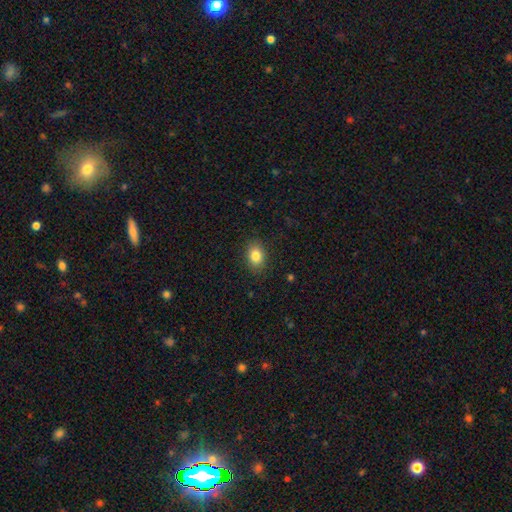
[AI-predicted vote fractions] smooth-or-featured: smooth: 84% | star or artifact: 10% | featured or disk: 7%
  how-rounded: in between: 69% | round: 30% | cigar-shaped: 1%
  merging: none: 87% | minor disturbance: 9% | major disturbance: 3% | merger: 1%